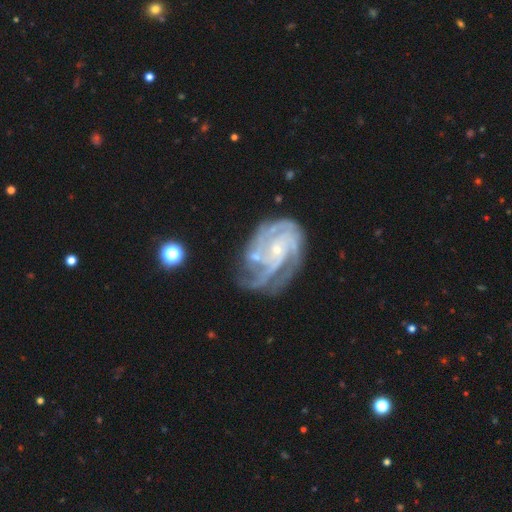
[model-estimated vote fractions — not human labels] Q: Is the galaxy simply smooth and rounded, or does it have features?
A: featured or disk — 89%.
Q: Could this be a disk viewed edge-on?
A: no — 98%.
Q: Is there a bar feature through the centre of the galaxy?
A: no — 71%.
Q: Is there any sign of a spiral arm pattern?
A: yes — 97%.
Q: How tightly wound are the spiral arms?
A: tight — 57%.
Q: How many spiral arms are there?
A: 4 — 28%, tied with 3.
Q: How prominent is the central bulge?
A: small — 76%.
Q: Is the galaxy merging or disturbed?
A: none — 53%.